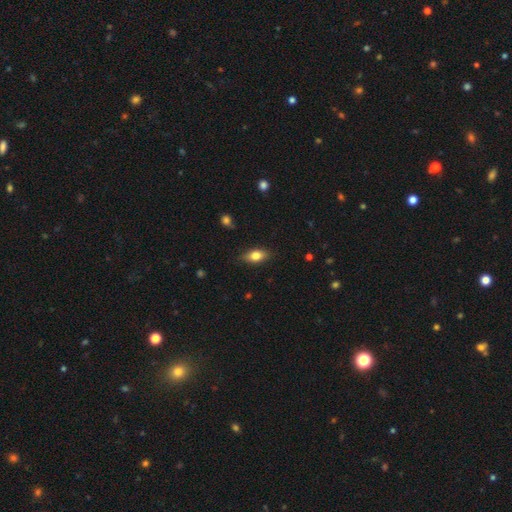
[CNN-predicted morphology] This is likely a smooth galaxy (77%). How rounded: clearly in between (85%). Merging: clearly none (84%).